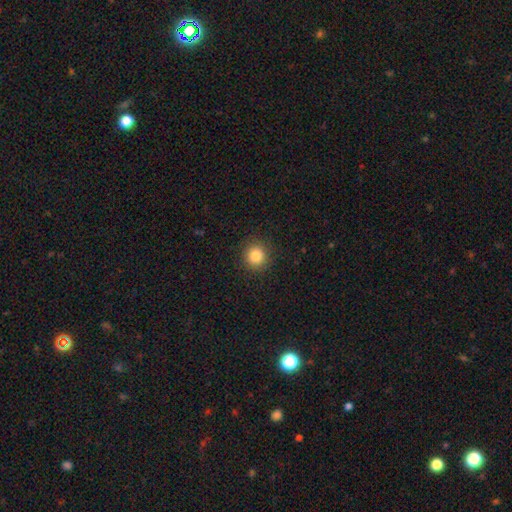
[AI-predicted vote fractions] This appears to be a smooth galaxy with no disk features (83%) that is round (93%). Merging: none (91%).